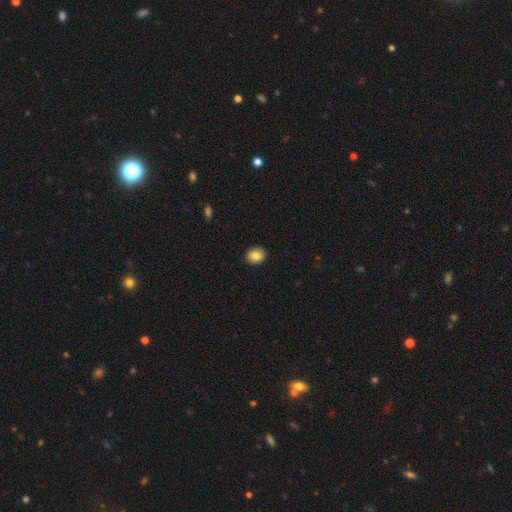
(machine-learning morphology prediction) The model was most divided on "how rounded": round: 59%, in between: 40%, cigar-shaped: 1%. More confident: merging — none (91%); smooth or featured — smooth (85%).